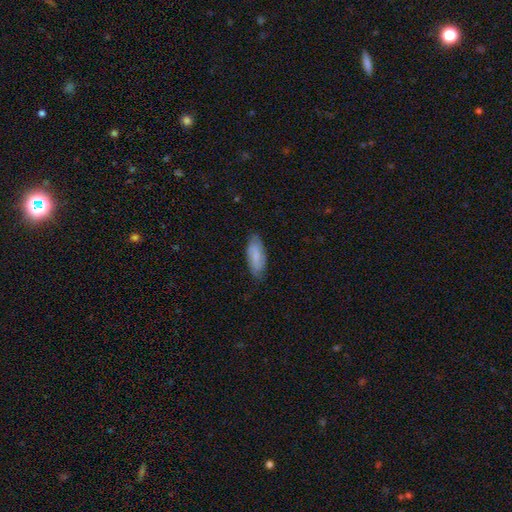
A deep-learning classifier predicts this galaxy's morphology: This appears to be a smooth galaxy with no disk features (65%) that is in between round and cigar-shaped (79%). Merging: none (79%).